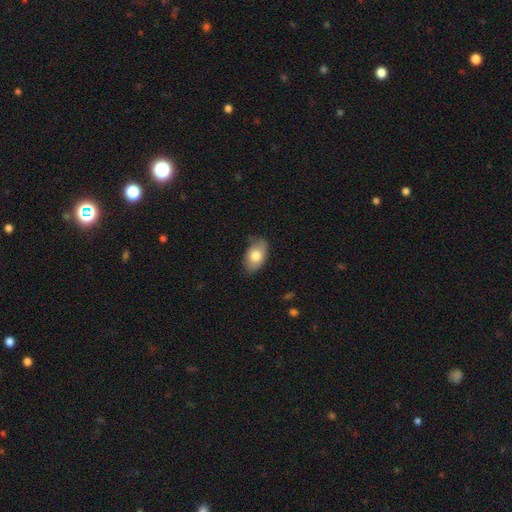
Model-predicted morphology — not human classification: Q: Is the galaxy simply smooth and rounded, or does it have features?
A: smooth — 76%.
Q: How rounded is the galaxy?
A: in between — 92%.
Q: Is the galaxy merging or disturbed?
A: none — 77%.